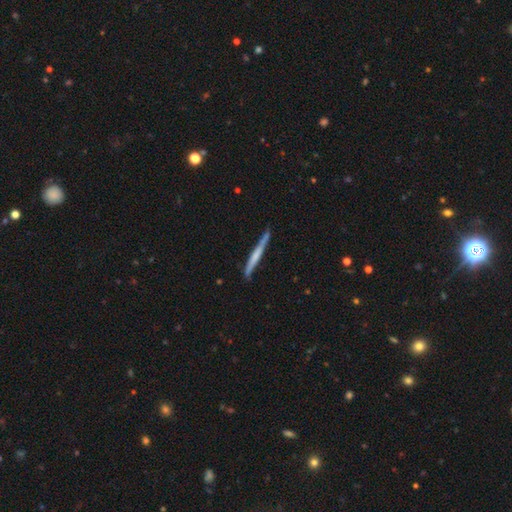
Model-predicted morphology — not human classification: Smooth or featured?
  - featured or disk: 51% *
  - smooth: 43%
  - star or artifact: 5%
Edge-on disk?
  - yes: 96% *
  - no: 4%
Merging?
  - none: 81% *
  - minor disturbance: 15%
  - major disturbance: 2%
  - merger: 2%